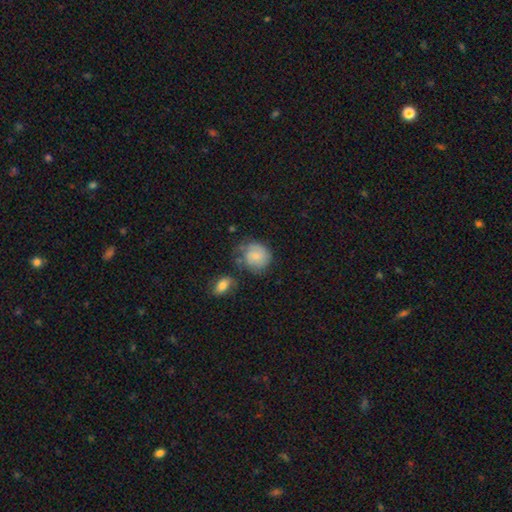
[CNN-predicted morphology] smooth-or-featured: smooth: 69% | featured or disk: 24% | star or artifact: 8%
  how-rounded: round: 78% | in between: 21% | cigar-shaped: 1%
  merging: none: 49% | minor disturbance: 27% | major disturbance: 14% | merger: 10%